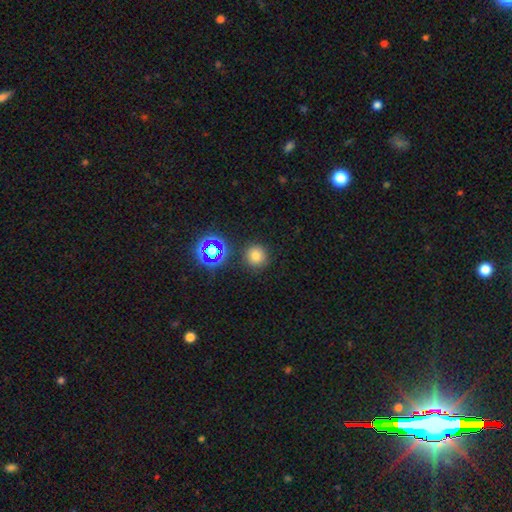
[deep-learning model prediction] Morphology: type=smooth (72%); roundness=round (93%); merging=none (86%).